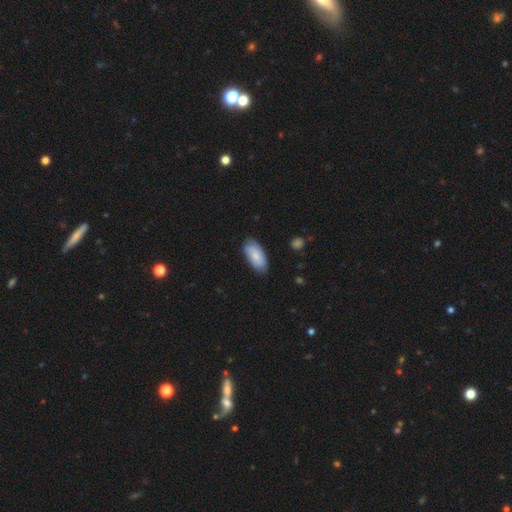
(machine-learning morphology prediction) smooth-or-featured: smooth: 77% | featured or disk: 17% | star or artifact: 6%
  how-rounded: in between: 92% | cigar-shaped: 6% | round: 2%
  merging: none: 76% | minor disturbance: 19% | major disturbance: 3% | merger: 1%